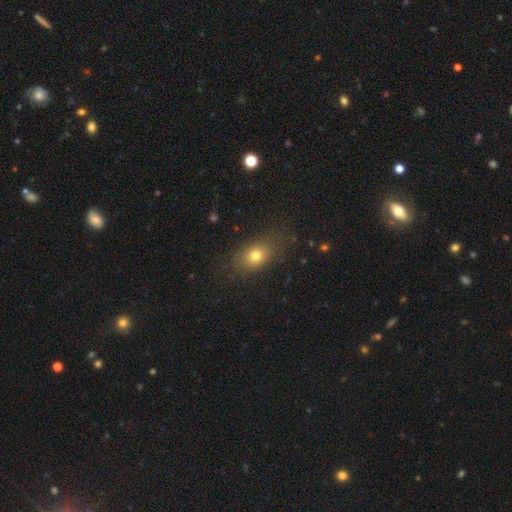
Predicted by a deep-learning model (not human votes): Morphology: type=smooth (74%); roundness=in between (66%); merging=none (78%).